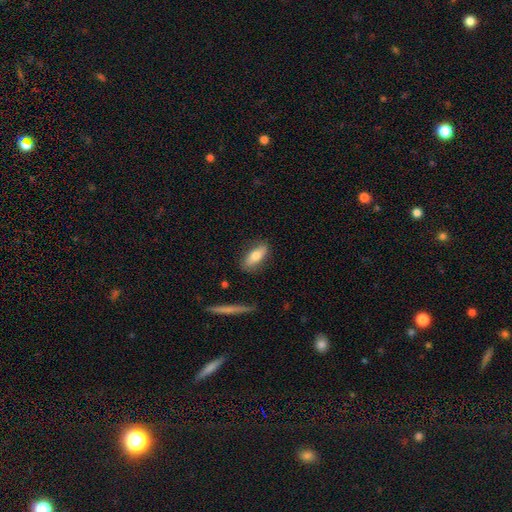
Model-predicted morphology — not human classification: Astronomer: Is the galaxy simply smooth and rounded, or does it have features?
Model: smooth — 69%.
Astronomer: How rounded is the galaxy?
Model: in between — 74%.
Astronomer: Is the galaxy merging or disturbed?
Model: none — 81%.